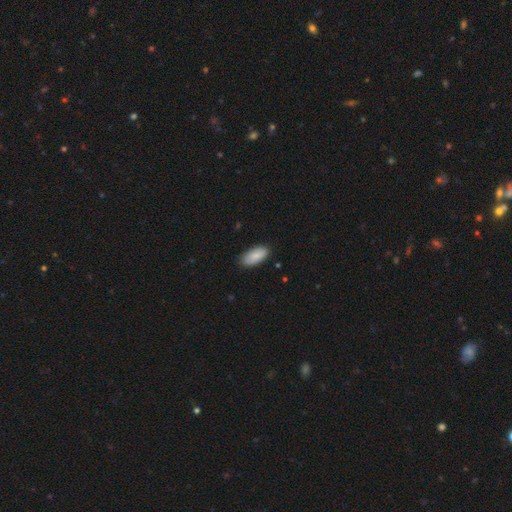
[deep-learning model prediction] Smooth or featured?
  - smooth: 88% *
  - featured or disk: 6%
  - star or artifact: 6%
How rounded?
  - in between: 89% *
  - cigar-shaped: 9%
  - round: 2%
Merging?
  - none: 84% *
  - minor disturbance: 13%
  - major disturbance: 2%
  - merger: 1%